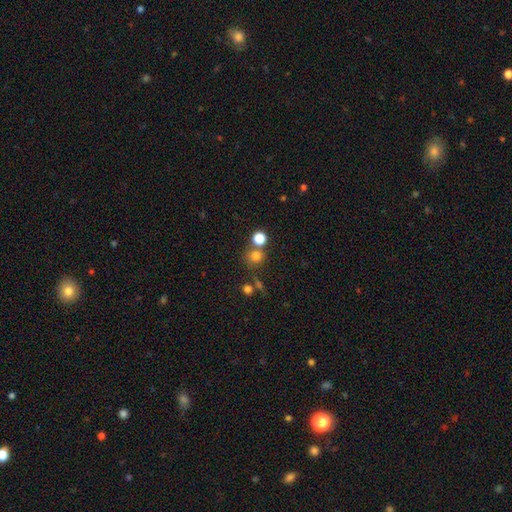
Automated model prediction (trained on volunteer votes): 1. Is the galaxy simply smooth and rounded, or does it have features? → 74% smooth, 18% star or artifact, 8% featured or disk.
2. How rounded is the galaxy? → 88% round, 10% in between, 1% cigar-shaped.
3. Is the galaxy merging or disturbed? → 63% none, 24% merger, 9% minor disturbance, 4% major disturbance.